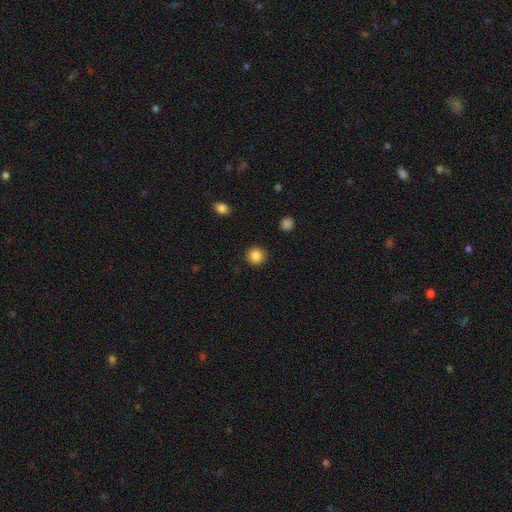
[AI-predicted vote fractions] This appears to be a smooth galaxy with no disk features (86%) that is round (94%). Merging: none (92%).